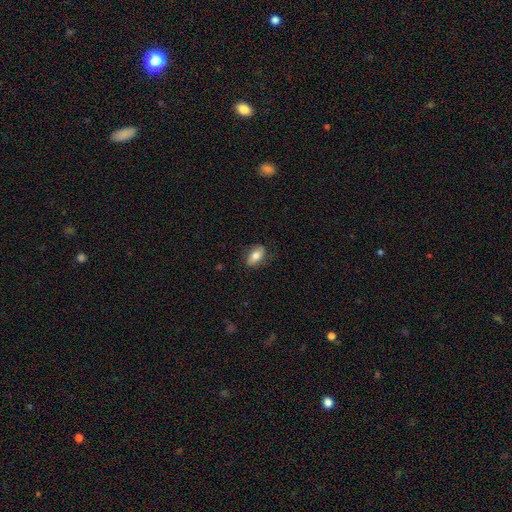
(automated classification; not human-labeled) smooth-or-featured: smooth: 73% | featured or disk: 20% | star or artifact: 7%
  how-rounded: in between: 88% | round: 6% | cigar-shaped: 6%
  merging: none: 81% | minor disturbance: 15% | major disturbance: 3% | merger: 1%